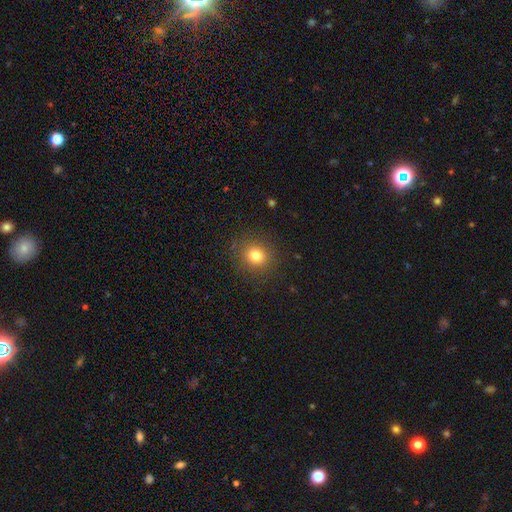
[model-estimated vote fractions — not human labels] This appears to be a smooth galaxy with no disk features (79%) that is round (84%). Merging: none (88%).